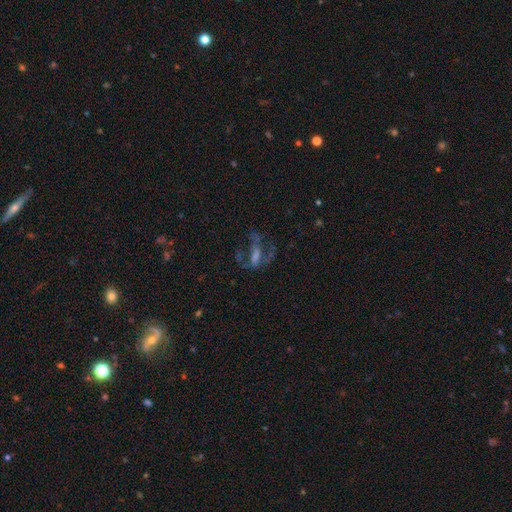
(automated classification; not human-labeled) Smooth or featured?
  - featured or disk: 54% *
  - star or artifact: 25%
  - smooth: 21%
Edge-on disk?
  - no: 87% *
  - yes: 13%
Merging?
  - none: 41% *
  - major disturbance: 39%
  - minor disturbance: 15%
  - merger: 5%